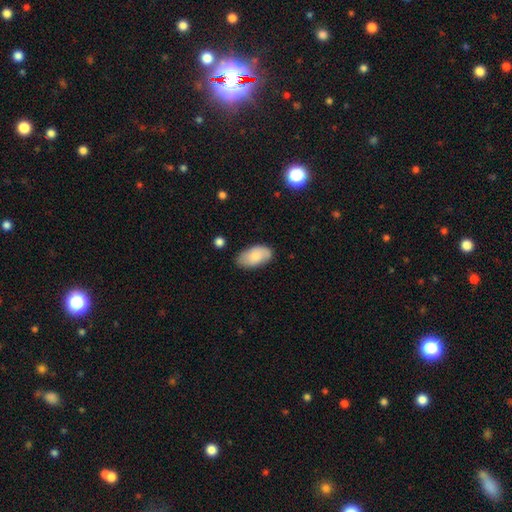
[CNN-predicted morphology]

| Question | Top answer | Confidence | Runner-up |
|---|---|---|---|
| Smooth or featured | smooth | 79% | featured or disk (15%) |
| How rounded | in between | 95% | round (3%) |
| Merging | none | 77% | minor disturbance (18%) |